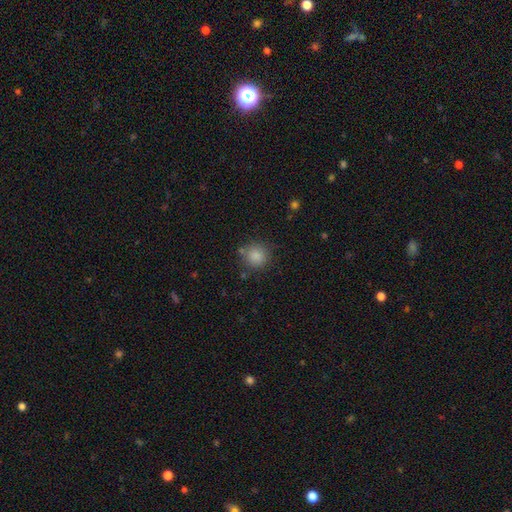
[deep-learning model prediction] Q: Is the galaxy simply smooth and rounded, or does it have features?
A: smooth — 85%.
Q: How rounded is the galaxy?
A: round — 91%.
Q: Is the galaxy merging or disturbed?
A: none — 78%.